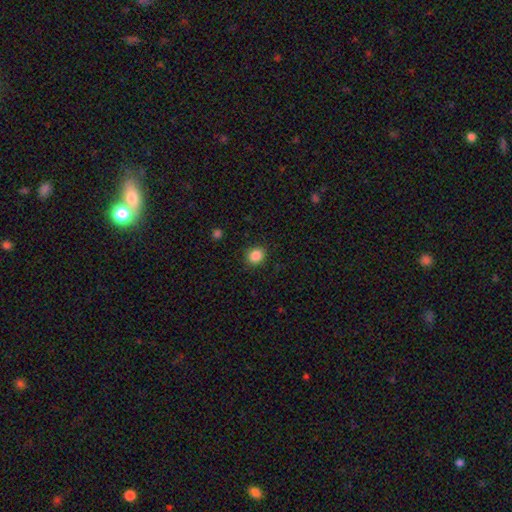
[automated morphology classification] Overall: smooth (86%). How rounded: round (69%; in between 30%). Merging: none (89%).